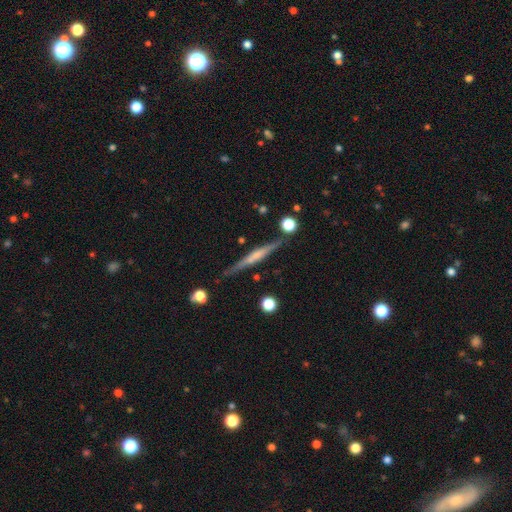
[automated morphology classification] type=featured or disk (65%); edge-on=yes (97%); edge-on bulge=rounded (44%); merging=none (85%).